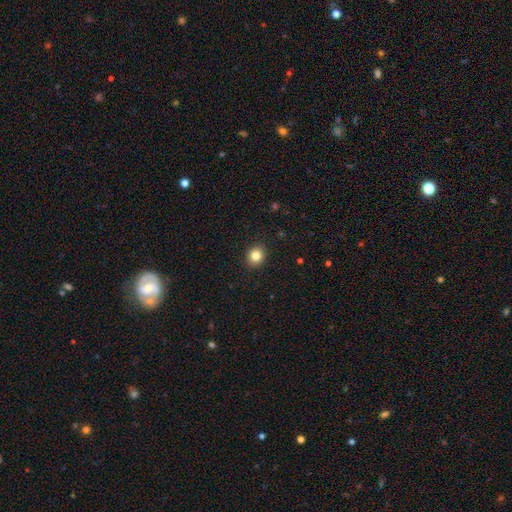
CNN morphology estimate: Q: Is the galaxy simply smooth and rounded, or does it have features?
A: smooth — 84%.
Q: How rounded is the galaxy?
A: round — 82%.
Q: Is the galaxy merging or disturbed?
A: none — 91%.